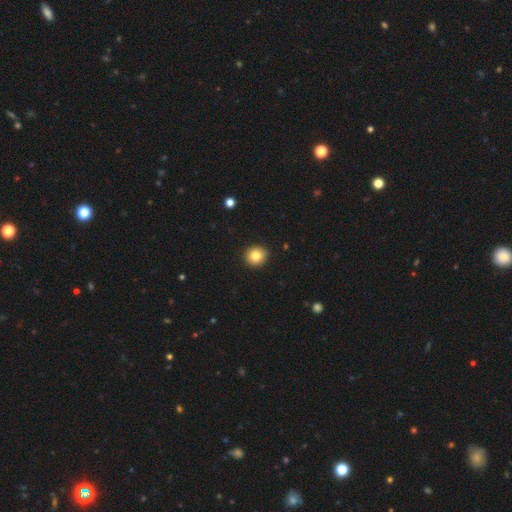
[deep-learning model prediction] A smooth galaxy with no disk features (83%) that is round (85%).

Vote fractions:
- Smooth or featured? smooth: 83% / star or artifact: 10% / featured or disk: 7%
- How rounded? round: 85% / in between: 14% / cigar-shaped: 1%
- Merging? none: 91% / minor disturbance: 6% / major disturbance: 2% / merger: 1%